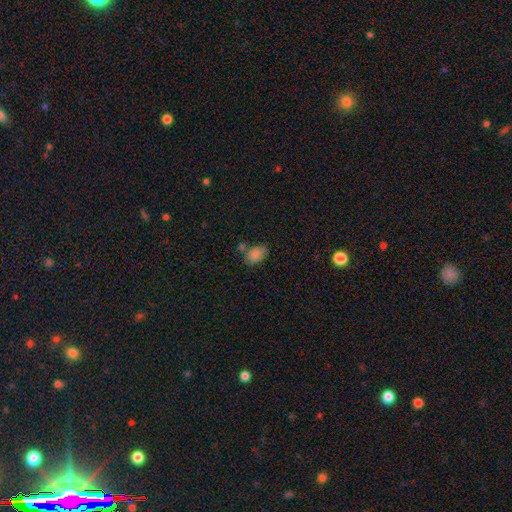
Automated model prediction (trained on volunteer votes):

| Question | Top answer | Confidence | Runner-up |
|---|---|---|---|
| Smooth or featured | smooth | 83% | star or artifact (10%) |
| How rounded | in between | 78% | round (20%) |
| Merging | none | 55% | minor disturbance (20%) |